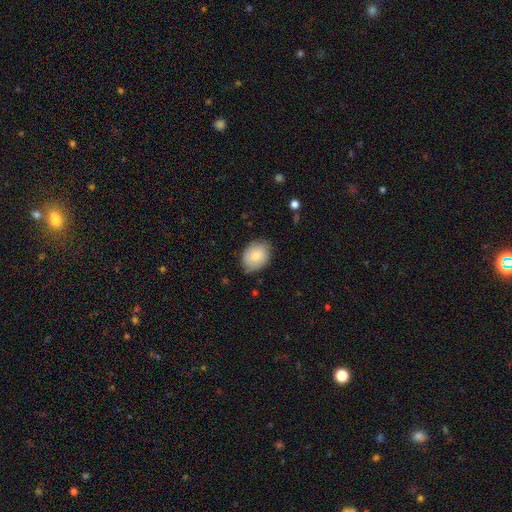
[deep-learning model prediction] This appears to be a smooth galaxy with no disk features (81%) that is in between round and cigar-shaped (72%). Merging: none (76%).